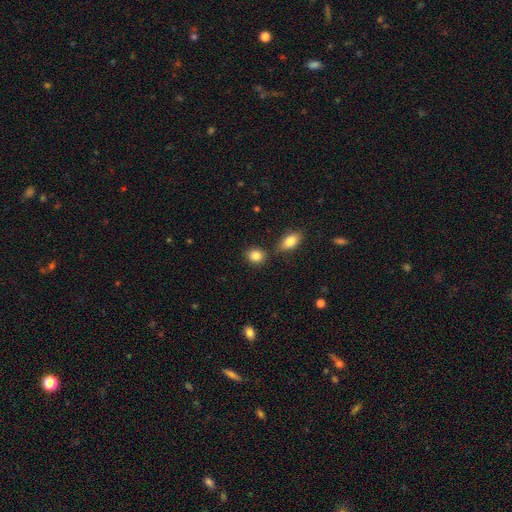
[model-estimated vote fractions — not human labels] Morphology: type=smooth (86%); roundness=round (58%); merging=none (75%).